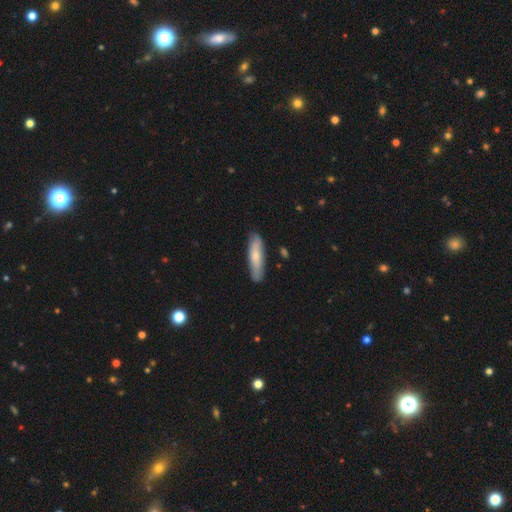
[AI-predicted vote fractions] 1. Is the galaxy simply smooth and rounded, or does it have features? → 67% smooth, 28% featured or disk, 5% star or artifact.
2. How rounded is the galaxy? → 76% cigar-shaped, 23% in between, 2% round.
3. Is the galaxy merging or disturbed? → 82% none, 14% minor disturbance, 2% major disturbance, 2% merger.